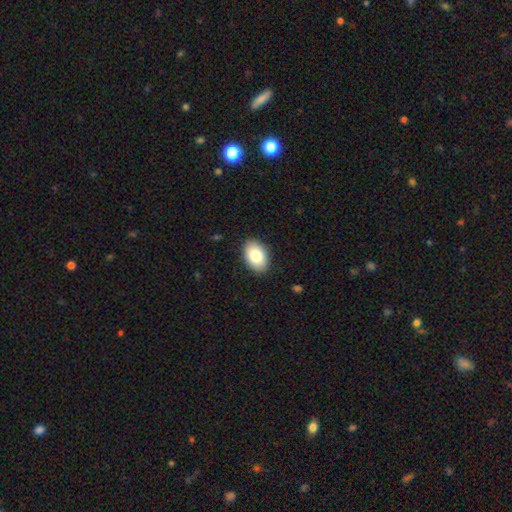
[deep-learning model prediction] smooth-or-featured: smooth: 82% | featured or disk: 12% | star or artifact: 7%
  how-rounded: in between: 89% | round: 10% | cigar-shaped: 1%
  merging: none: 89% | minor disturbance: 8% | major disturbance: 2% | merger: 1%